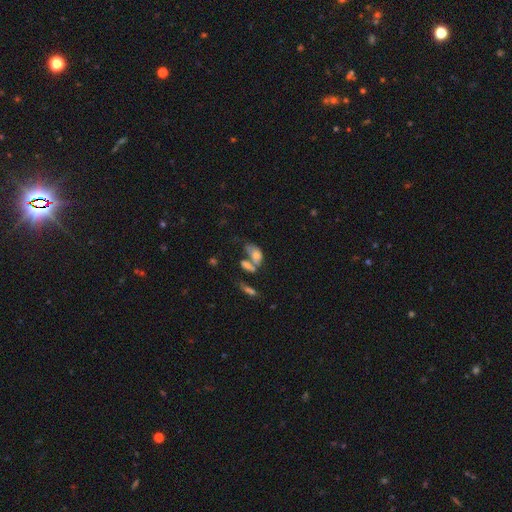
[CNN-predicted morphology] Smooth or featured? smooth (60%)
How rounded? in between (87%)
Merging? merger (46%)